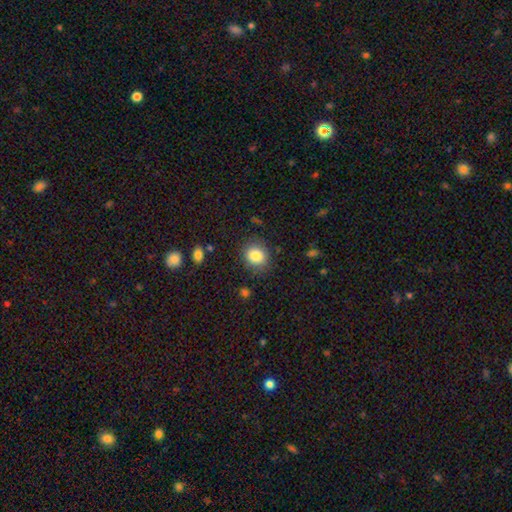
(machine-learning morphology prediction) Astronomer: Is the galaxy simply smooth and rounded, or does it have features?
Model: smooth — 85%.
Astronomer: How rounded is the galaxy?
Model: round — 70%.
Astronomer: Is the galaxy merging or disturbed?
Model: none — 84%.